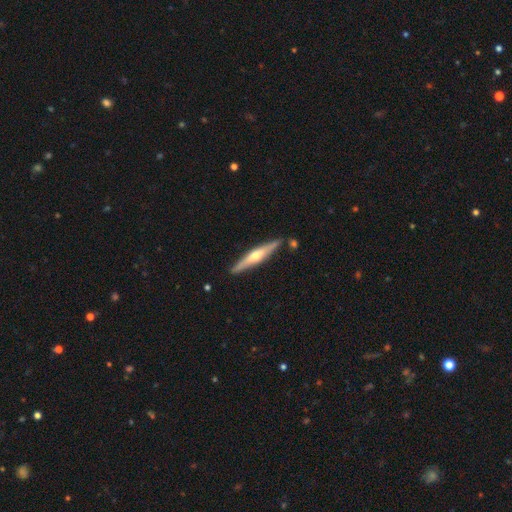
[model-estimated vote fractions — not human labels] Smooth or featured?
  - featured or disk: 67% *
  - smooth: 28%
  - star or artifact: 5%
Edge-on disk?
  - yes: 96% *
  - no: 4%
Edge-on bulge?
  - rounded: 89% *
  - none: 6%
  - boxy: 5%
Merging?
  - none: 86% *
  - minor disturbance: 9%
  - merger: 3%
  - major disturbance: 2%